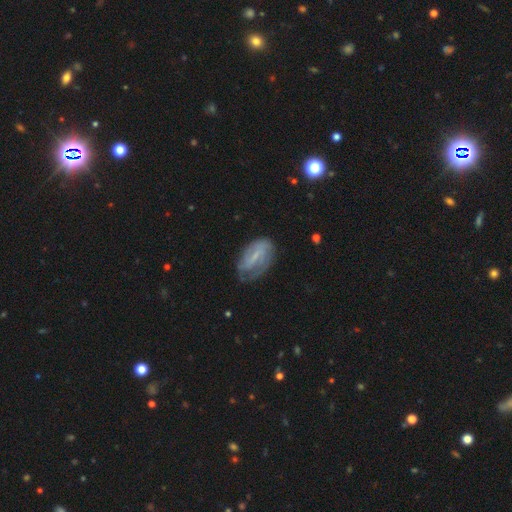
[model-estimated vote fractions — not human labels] This is possibly a featured or disk galaxy (59%). It is clearly not viewed edge-on (94%). Bar: marginally weak (44%). Spiral arm pattern: likely yes (71%). Central bulge: possibly small (49%). Merging: possibly none (52%).